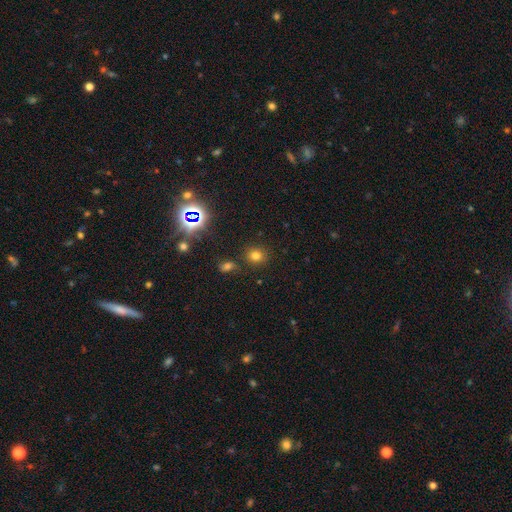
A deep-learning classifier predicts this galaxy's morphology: smooth 71%, star or artifact 22%, featured or disk 7%. Down the decision tree: how rounded — round (80%); merging — none (83%).